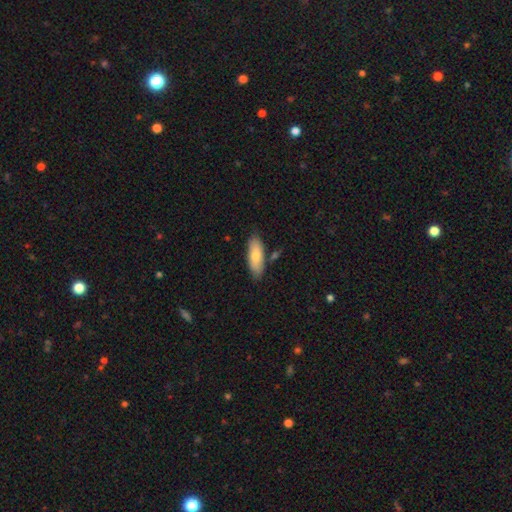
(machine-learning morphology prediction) Smooth or featured? smooth (77%)
How rounded? in between (72%)
Merging? none (79%)